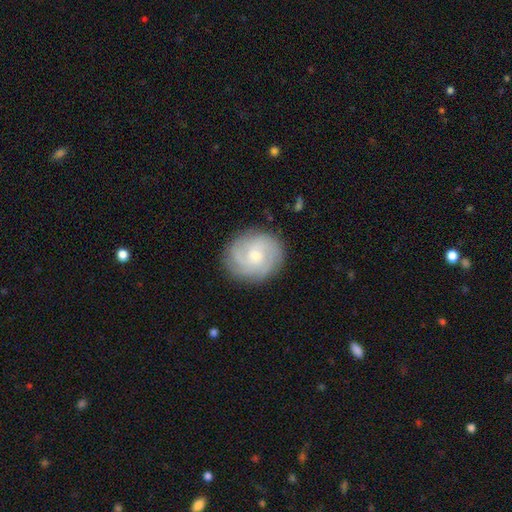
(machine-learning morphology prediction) This is likely a featured or disk galaxy (76%). It is clearly not viewed edge-on (98%). Bar: likely no (68%). Spiral arm pattern: clearly yes (95%). Spiral arm count: marginally 3 (35%). Spiral winding: likely tight (60%). Central bulge: possibly small (53%). Merging: clearly none (84%).